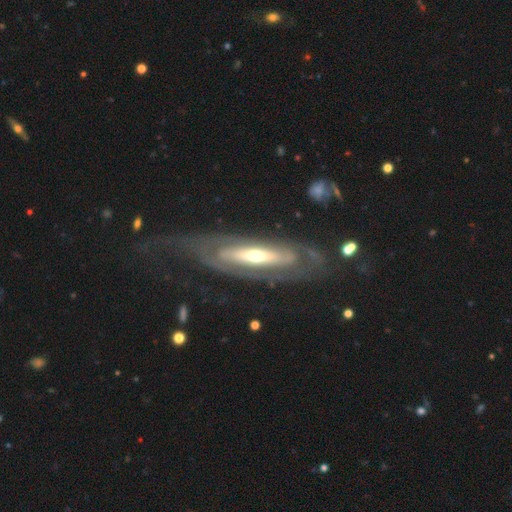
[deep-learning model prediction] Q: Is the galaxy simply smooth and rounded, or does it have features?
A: featured or disk — 80%.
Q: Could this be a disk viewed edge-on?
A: no — 77%.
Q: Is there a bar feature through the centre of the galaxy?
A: no — 55%.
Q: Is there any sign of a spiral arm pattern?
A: yes — 66%.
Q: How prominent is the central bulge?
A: moderate — 58%.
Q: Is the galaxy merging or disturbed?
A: none — 65%.